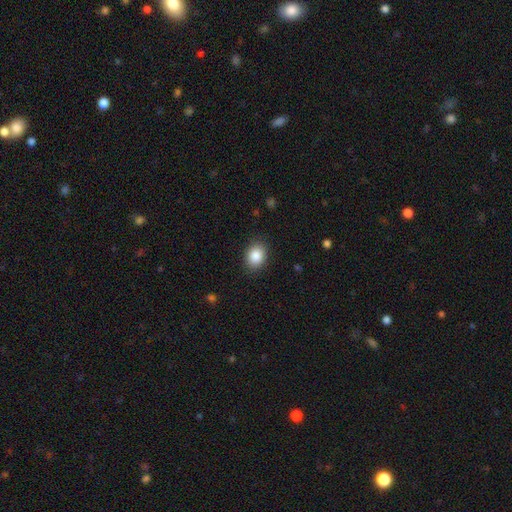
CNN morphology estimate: smooth-or-featured: smooth: 87% | star or artifact: 8% | featured or disk: 5%
  how-rounded: in between: 63% | round: 36% | cigar-shaped: 1%
  merging: none: 87% | minor disturbance: 9% | major disturbance: 3% | merger: 1%